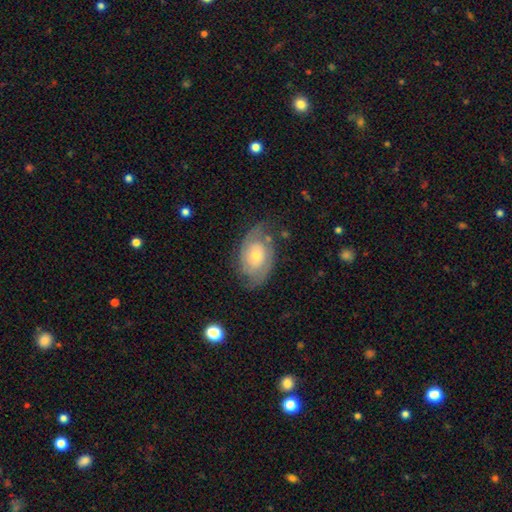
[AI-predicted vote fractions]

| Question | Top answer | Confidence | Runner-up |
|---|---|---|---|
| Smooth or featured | featured or disk | 74% | smooth (19%) |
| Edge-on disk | no | 96% | yes (4%) |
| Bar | no | 76% | weak (20%) |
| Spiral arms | yes | 89% | no (11%) |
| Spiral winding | tight | 47% | medium (37%) |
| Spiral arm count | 2 | 73% | can't tell (16%) |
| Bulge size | small | 52% | moderate (40%) |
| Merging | none | 66% | minor disturbance (21%) |